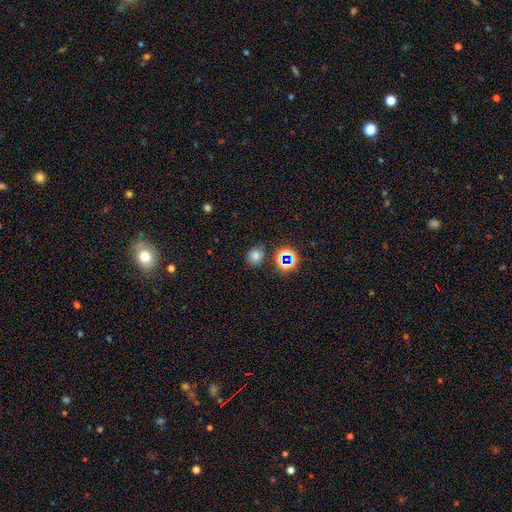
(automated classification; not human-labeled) Smooth or featured?
  - smooth: 65% *
  - star or artifact: 27%
  - featured or disk: 8%
How rounded?
  - round: 72% *
  - in between: 27%
  - cigar-shaped: 1%
Merging?
  - none: 77% *
  - minor disturbance: 13%
  - merger: 5%
  - major disturbance: 4%